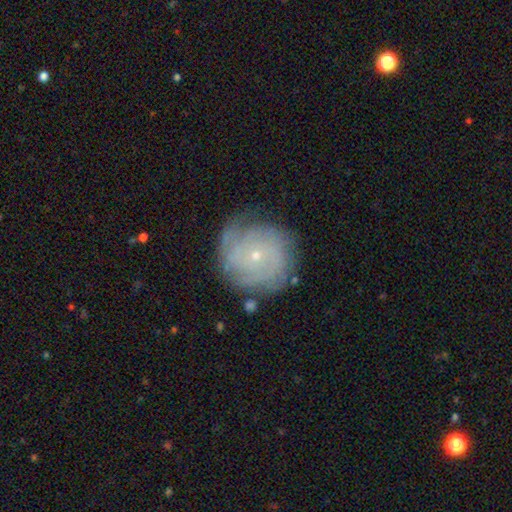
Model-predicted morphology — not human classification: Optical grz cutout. It shows a featured or disk galaxy (73%) with no bar (81%), tight (72%) spiral arms (90%) and a small central bulge (84%). Merging: none (72%).